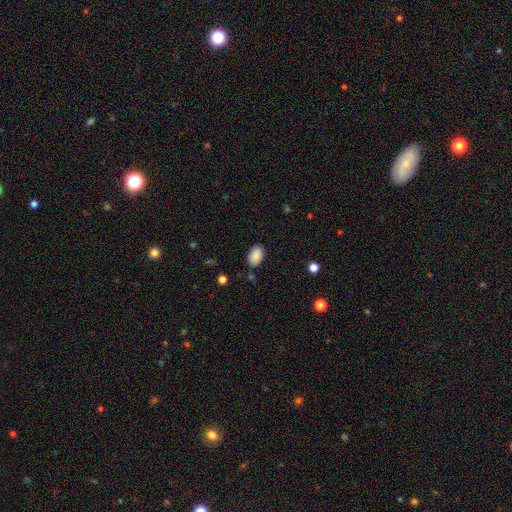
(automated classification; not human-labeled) smooth 88%, star or artifact 7%, featured or disk 5%. Down the decision tree: how rounded — in between (90%); merging — none (83%).